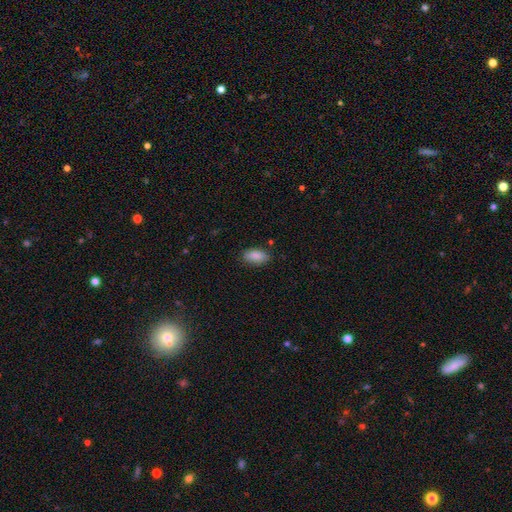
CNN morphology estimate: smooth 88%, star or artifact 7%, featured or disk 6%. Down the decision tree: how rounded — in between (92%); merging — none (83%).